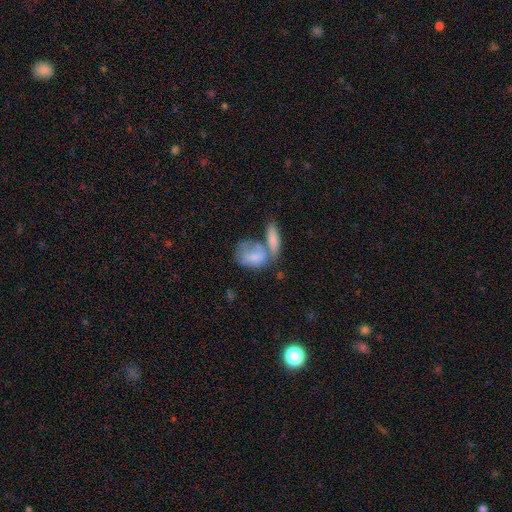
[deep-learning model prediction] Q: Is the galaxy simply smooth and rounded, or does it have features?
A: smooth — 70%.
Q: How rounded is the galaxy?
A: in between — 81%.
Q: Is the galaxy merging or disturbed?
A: merger — 55%.